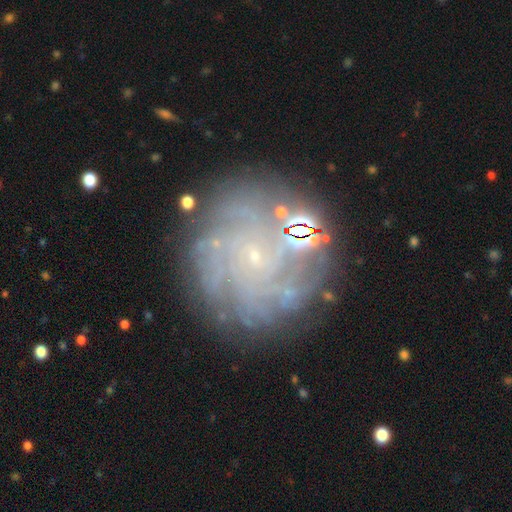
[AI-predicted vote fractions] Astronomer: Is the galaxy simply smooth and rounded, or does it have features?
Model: featured or disk — 76%.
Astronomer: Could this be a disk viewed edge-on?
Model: no — 97%.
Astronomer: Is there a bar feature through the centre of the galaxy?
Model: no — 79%.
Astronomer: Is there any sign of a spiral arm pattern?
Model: yes — 89%.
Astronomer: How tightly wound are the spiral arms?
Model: tight — 68%.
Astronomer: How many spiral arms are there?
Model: can't tell — 34% (runner-up: more than 4, 26%).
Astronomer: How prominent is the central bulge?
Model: small — 87%.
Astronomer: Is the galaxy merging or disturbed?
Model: none — 79%.